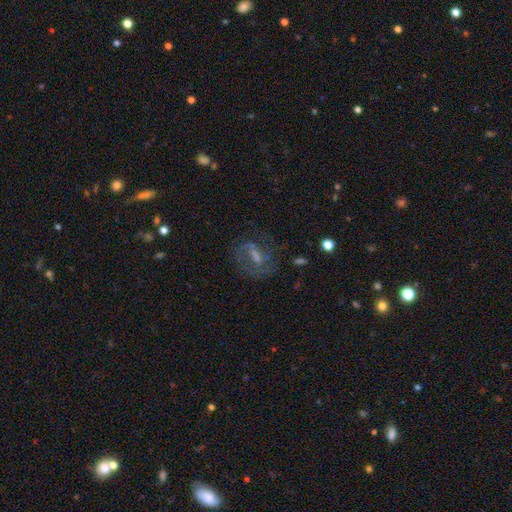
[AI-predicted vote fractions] A featured or disk galaxy (58%) with a weak bar (45%), spiral arms (66%) and a small central bulge (34%).

Vote fractions:
- Smooth or featured? featured or disk: 58% / smooth: 25% / star or artifact: 17%
- Edge-on disk? no: 93% / yes: 7%
- Bar? weak: 45% / strong: 30% / no: 26%
- Spiral arms? yes: 66% / no: 34%
- Bulge size? small: 34% / moderate: 31% / none: 28% / large: 6% / dominant: 2%
- Merging? none: 58% / major disturbance: 21% / minor disturbance: 18% / merger: 3%